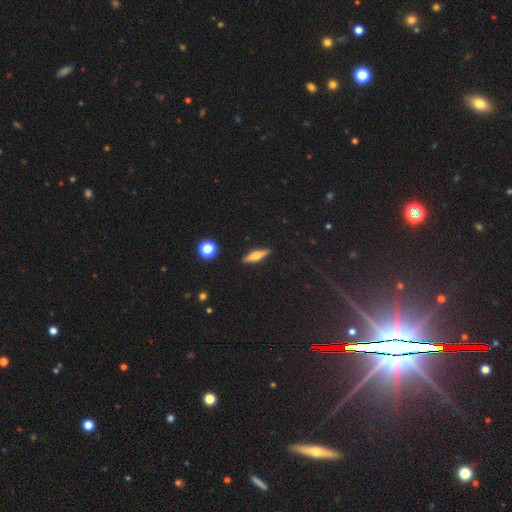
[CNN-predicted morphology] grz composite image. It shows a featured or disk galaxy (50%) viewed edge-on (94%). Merging: none (90%).